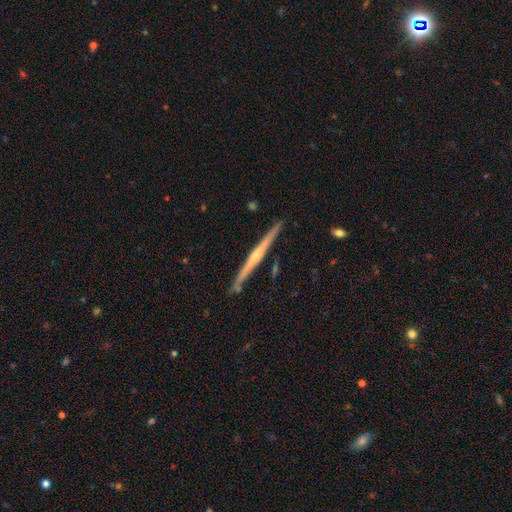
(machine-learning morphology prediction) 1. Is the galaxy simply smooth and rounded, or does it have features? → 76% featured or disk, 19% smooth, 5% star or artifact.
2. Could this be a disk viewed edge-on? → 98% yes, 2% no.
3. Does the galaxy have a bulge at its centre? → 64% rounded, 30% none, 6% boxy.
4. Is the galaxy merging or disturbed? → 89% none, 8% minor disturbance, 2% merger, 1% major disturbance.